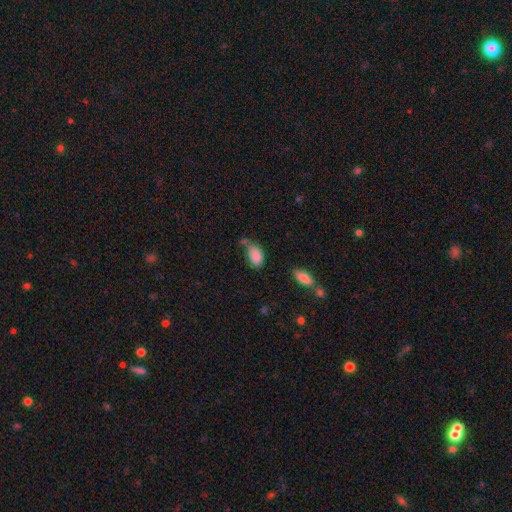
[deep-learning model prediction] This is clearly a smooth galaxy (87%). How rounded: clearly in between (90%). Merging: possibly none (47%).